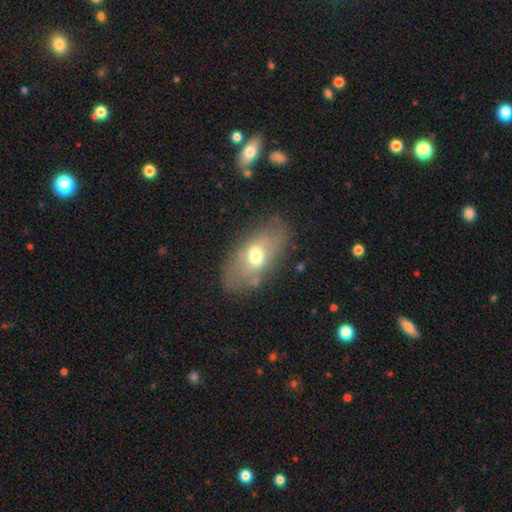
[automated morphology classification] Smooth or featured? smooth (56%)
How rounded? in between (87%)
Merging? none (74%)